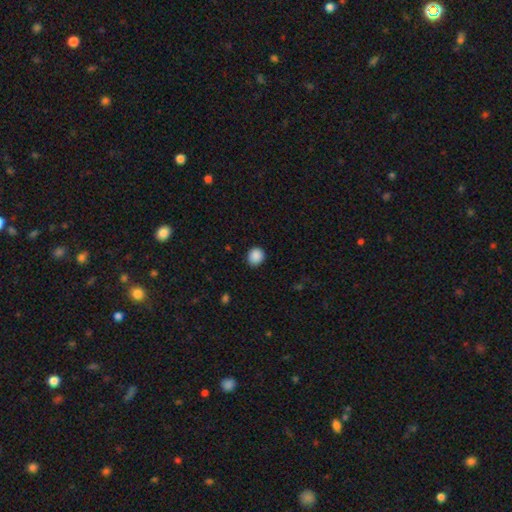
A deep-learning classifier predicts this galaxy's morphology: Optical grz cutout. It shows a smooth galaxy with no disk features (89%) that is round (84%). Merging: none (89%).